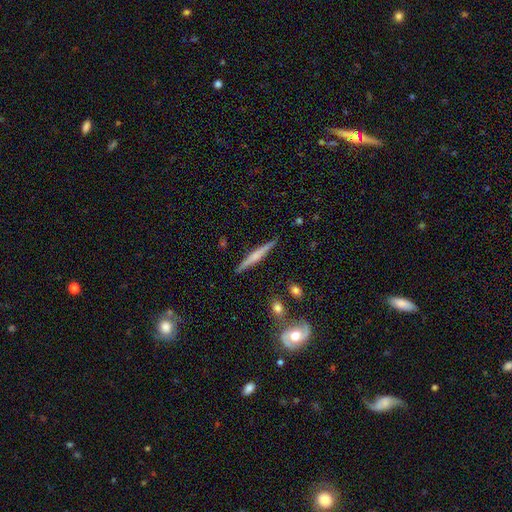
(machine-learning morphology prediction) This appears to be a featured or disk galaxy (61%) viewed edge-on (97%) with a rounded central bulge (53%). Merging: none (89%).